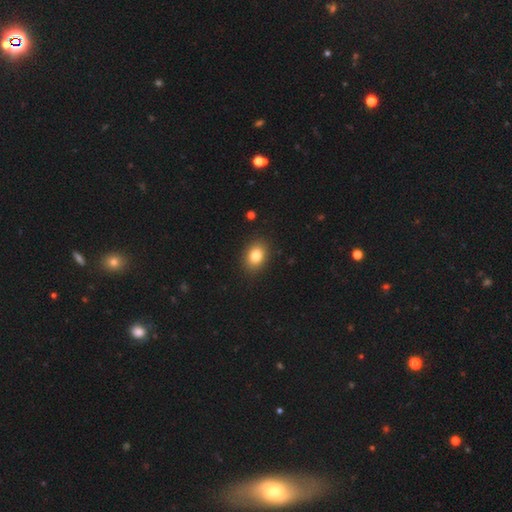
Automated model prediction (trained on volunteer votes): Smooth or featured: smooth — 82% (star or artifact — 10%)
How rounded: in between — 66% (round — 33%)
Merging: none — 89% (minor disturbance — 7%)